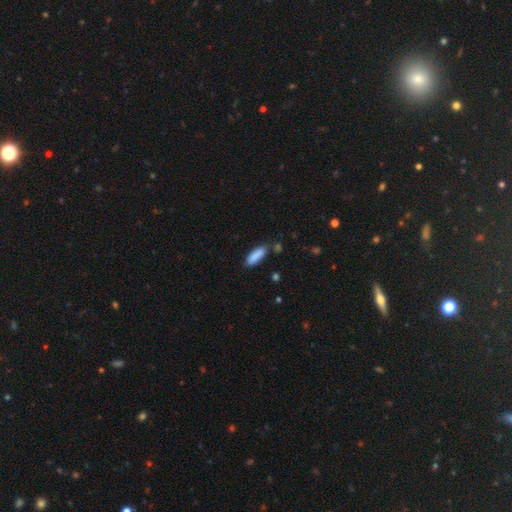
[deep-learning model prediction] Smooth or featured: smooth — 89% (star or artifact — 6%)
How rounded: in between — 58% (cigar-shaped — 40%)
Merging: none — 80% (minor disturbance — 13%)